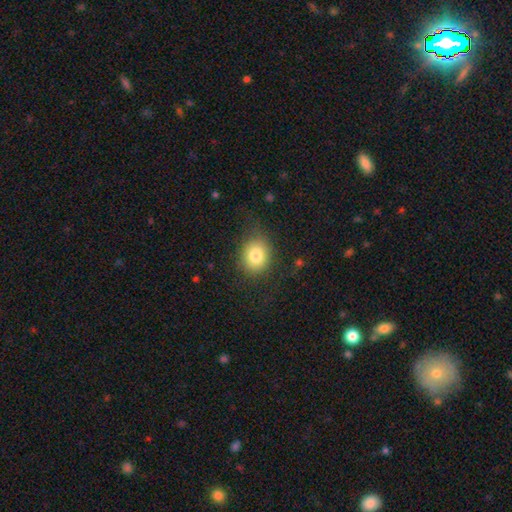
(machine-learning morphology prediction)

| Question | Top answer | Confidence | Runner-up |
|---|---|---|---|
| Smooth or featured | smooth | 80% | star or artifact (10%) |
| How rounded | round | 63% | in between (36%) |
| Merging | none | 77% | minor disturbance (15%) |